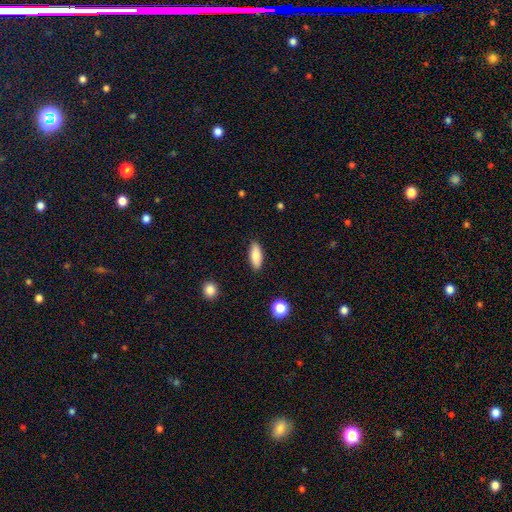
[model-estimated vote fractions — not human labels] Morphology: type=smooth (83%); roundness=in between (75%); merging=none (88%).